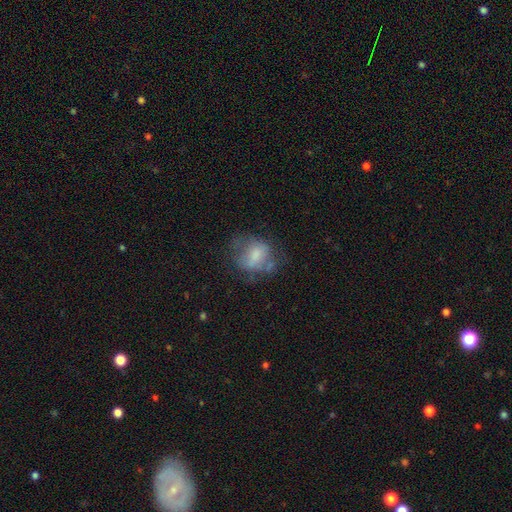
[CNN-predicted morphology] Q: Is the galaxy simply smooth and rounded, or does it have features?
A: smooth — 55%.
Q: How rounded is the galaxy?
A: in between — 52%.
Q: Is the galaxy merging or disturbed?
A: none — 40%.